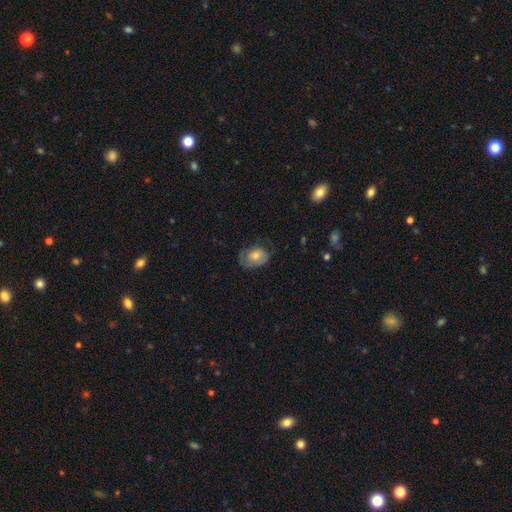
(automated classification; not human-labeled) A smooth galaxy with no disk features (53%) that is in between round and cigar-shaped (73%).

Vote fractions:
- Smooth or featured? smooth: 53% / featured or disk: 40% / star or artifact: 7%
- How rounded? in between: 73% / round: 26% / cigar-shaped: 1%
- Merging? none: 54% / minor disturbance: 28% / major disturbance: 17% / merger: 1%